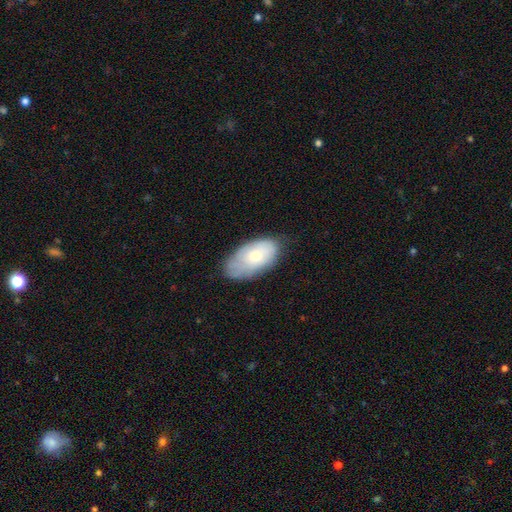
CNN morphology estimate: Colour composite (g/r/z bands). It shows a smooth galaxy with no disk features (63%) that is in between round and cigar-shaped (94%). Merging: none (63%).